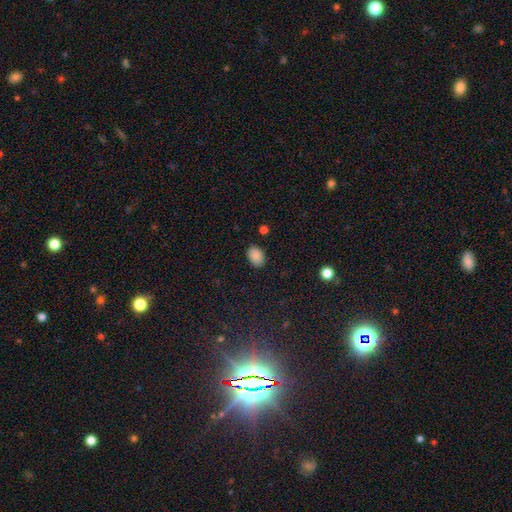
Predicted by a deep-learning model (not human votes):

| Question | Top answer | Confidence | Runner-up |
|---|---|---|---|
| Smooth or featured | smooth | 88% | star or artifact (9%) |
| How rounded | in between | 79% | round (20%) |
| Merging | none | 84% | minor disturbance (12%) |